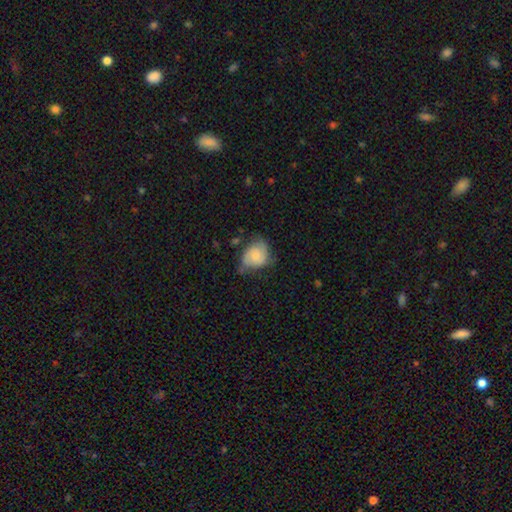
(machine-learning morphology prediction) Smooth or featured: smooth — 62% (featured or disk — 30%)
How rounded: round — 50% (in between — 49%)
Merging: none — 44% (minor disturbance — 39%)